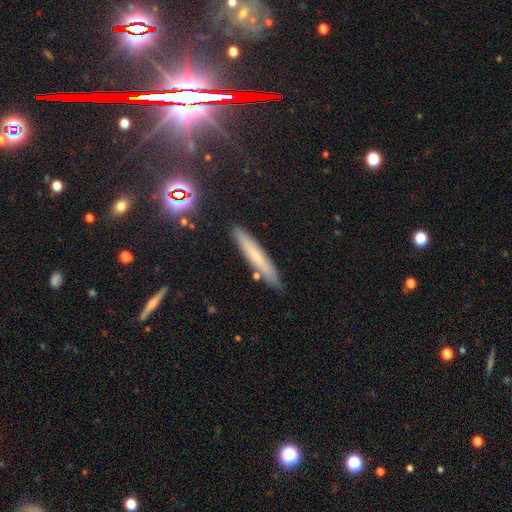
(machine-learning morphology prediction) The model was most divided on "smooth or featured": smooth: 56%, featured or disk: 34%, star or artifact: 10%. More confident: how rounded — cigar-shaped (94%); merging — none (86%).